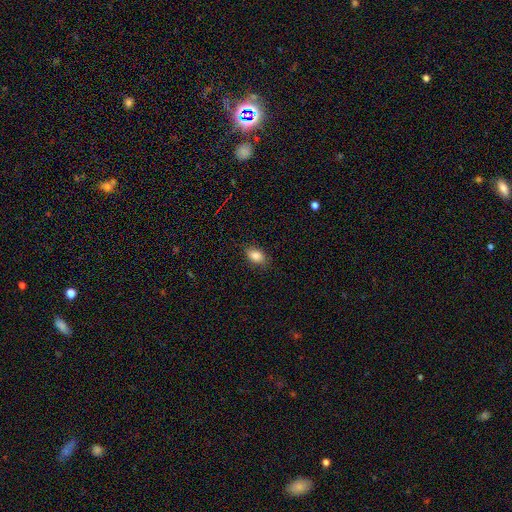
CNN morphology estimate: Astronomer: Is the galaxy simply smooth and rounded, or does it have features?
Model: smooth — 85%.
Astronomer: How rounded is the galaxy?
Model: in between — 85%.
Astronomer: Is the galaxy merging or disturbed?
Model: none — 84%.